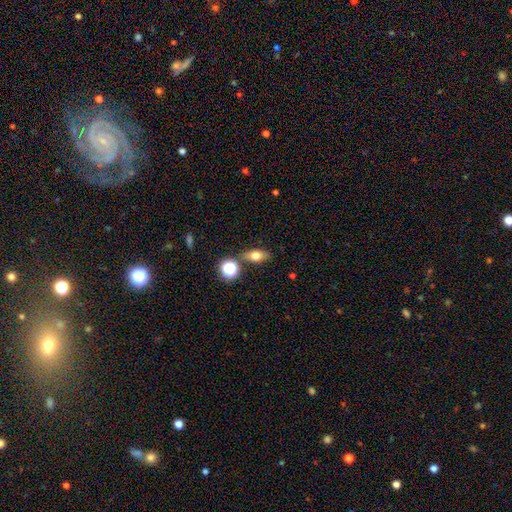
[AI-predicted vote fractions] Morphology: type=smooth (68%); roundness=in between (71%); merging=none (78%).